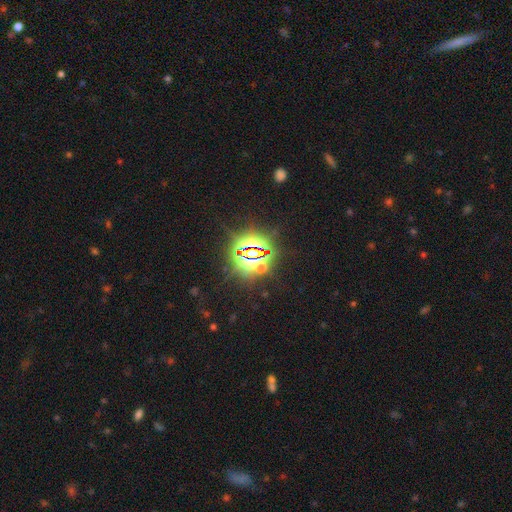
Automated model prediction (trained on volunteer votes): The model was most divided on "smooth or featured": star or artifact: 81%, smooth: 11%, featured or disk: 8%.